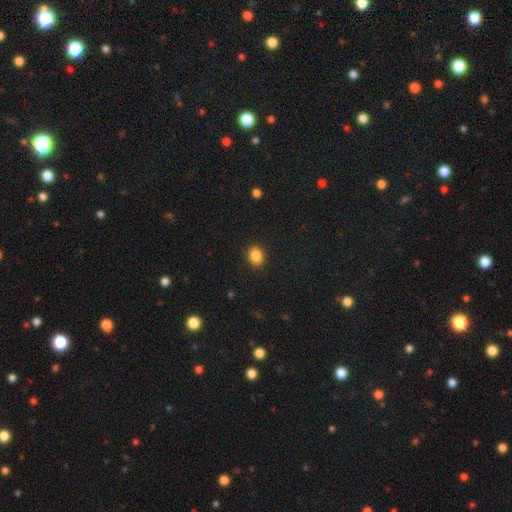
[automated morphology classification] Q: Smooth or featured?
A: smooth (87%); runner-up: star or artifact (9%)
Q: How rounded?
A: round (51%); runner-up: in between (48%)
Q: Merging?
A: none (91%); runner-up: minor disturbance (6%)